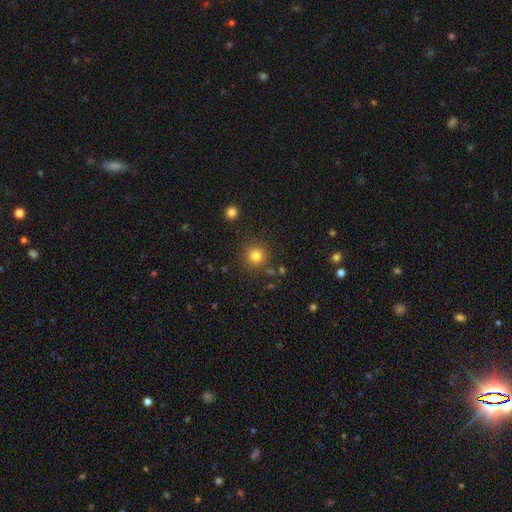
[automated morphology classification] Smooth or featured: smooth — 81% (star or artifact — 14%)
How rounded: round — 94% (in between — 5%)
Merging: none — 87% (minor disturbance — 7%)